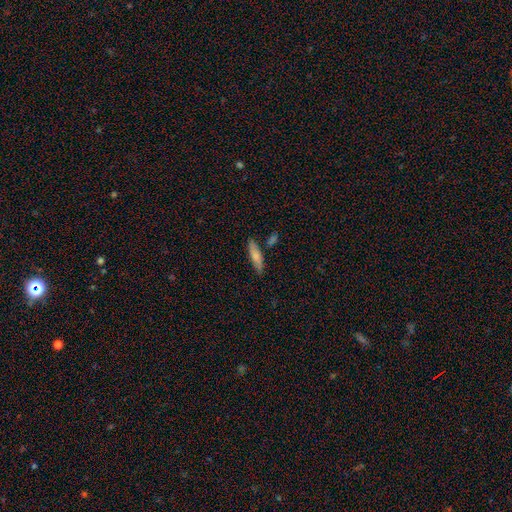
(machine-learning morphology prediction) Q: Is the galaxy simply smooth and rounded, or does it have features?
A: smooth — 71%.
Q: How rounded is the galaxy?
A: cigar-shaped — 68%.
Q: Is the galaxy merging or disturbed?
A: none — 77%.